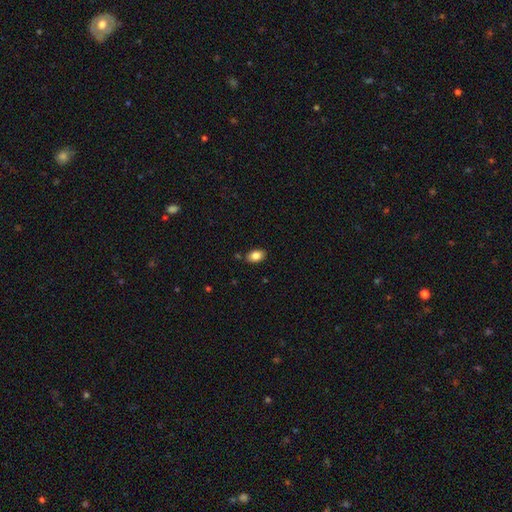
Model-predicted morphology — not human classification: Smooth or featured? smooth (85%)
How rounded? in between (89%)
Merging? none (83%)